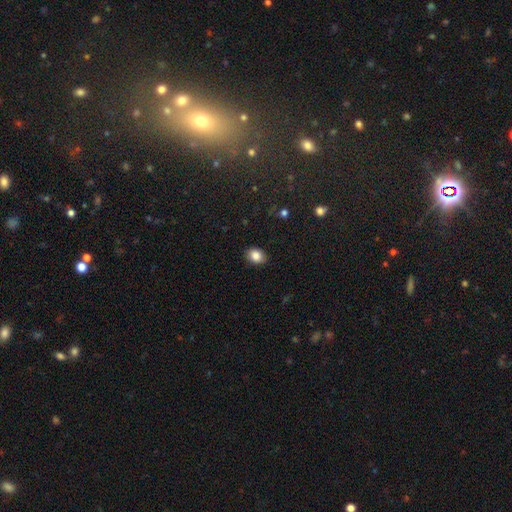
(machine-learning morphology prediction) Smooth or featured: smooth — 86% (star or artifact — 9%)
How rounded: in between — 71% (round — 28%)
Merging: none — 87% (minor disturbance — 10%)